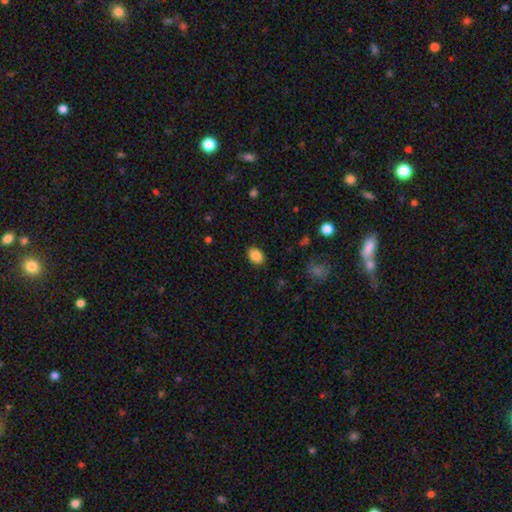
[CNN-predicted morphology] Overall: smooth (87%). How rounded: in between (70%). Merging: none (88%).